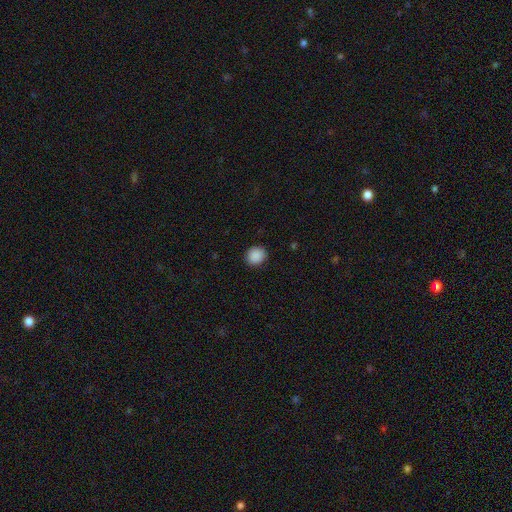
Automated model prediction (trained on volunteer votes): Smooth or featured: smooth — 89% (star or artifact — 9%)
How rounded: round — 85% (in between — 14%)
Merging: none — 90% (minor disturbance — 7%)